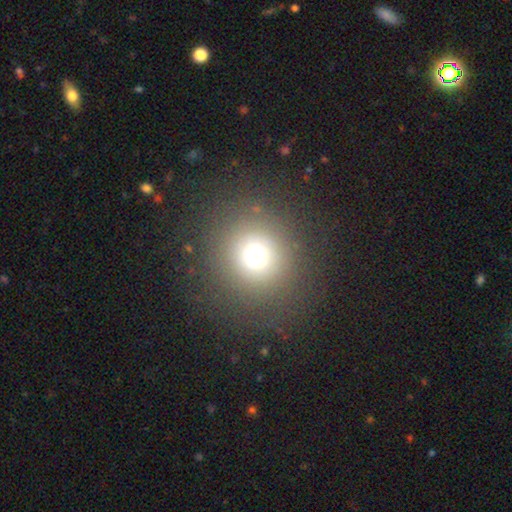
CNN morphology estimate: The model was most divided on "smooth or featured": smooth: 69%, star or artifact: 21%, featured or disk: 11%. More confident: how rounded — round (93%); merging — none (85%).